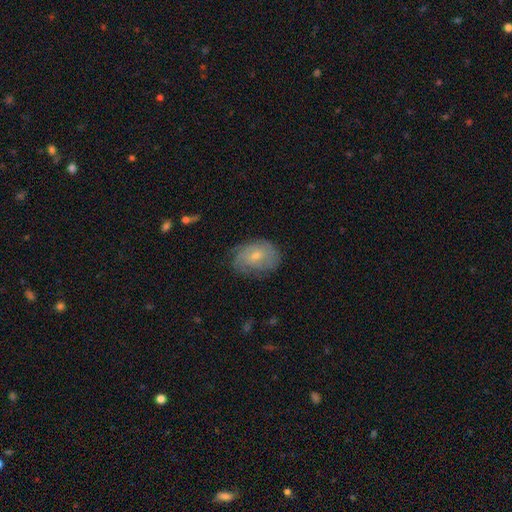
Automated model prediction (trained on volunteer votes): A featured or disk galaxy (46%). Merging: none (65%).